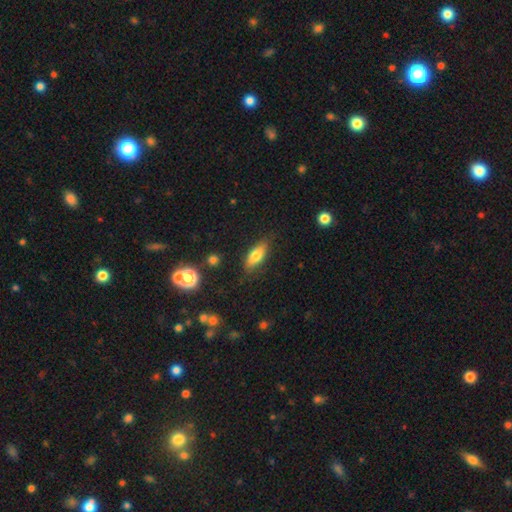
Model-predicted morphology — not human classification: Smooth or featured? smooth (74%)
How rounded? in between (70%)
Merging? none (82%)